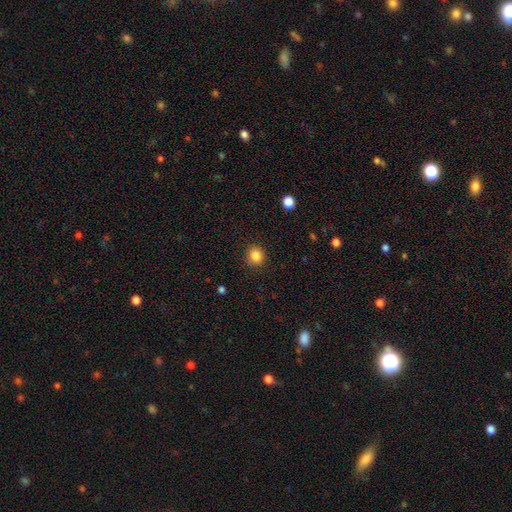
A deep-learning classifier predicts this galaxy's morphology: This appears to be a smooth galaxy with no disk features (84%) that is round (86%). Merging: none (89%).